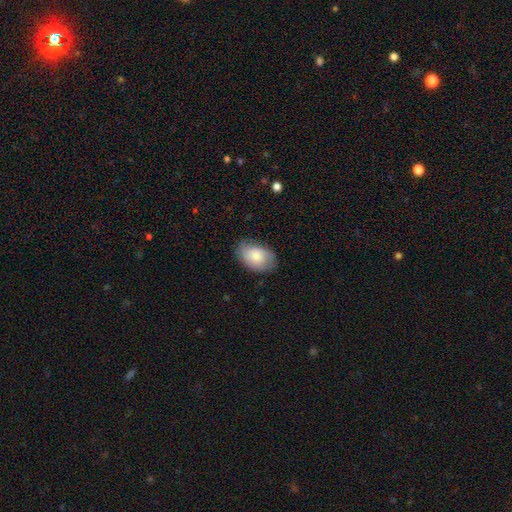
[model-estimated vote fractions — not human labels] smooth 74%, featured or disk 20%, star or artifact 7%. Down the decision tree: how rounded — in between (87%); merging — none (71%).